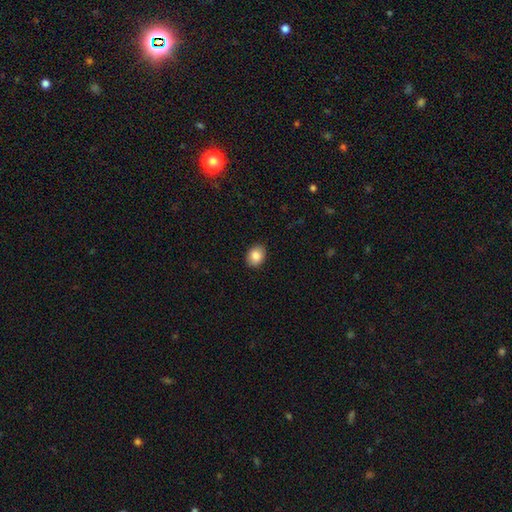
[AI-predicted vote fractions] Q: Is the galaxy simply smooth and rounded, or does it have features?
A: smooth — 86%.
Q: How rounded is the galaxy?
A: in between — 67%.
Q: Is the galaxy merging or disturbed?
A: none — 89%.